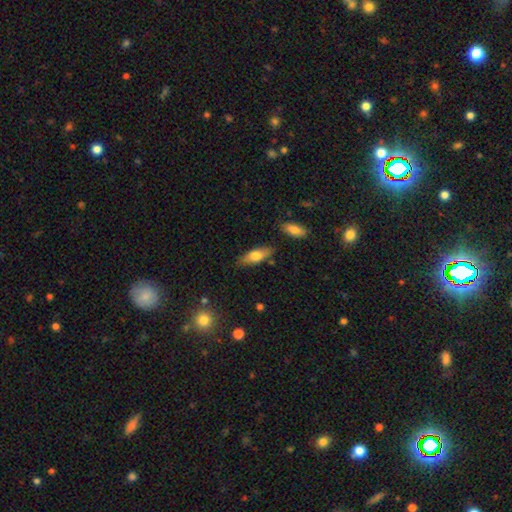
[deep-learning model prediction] Morphology: type=smooth (69%); roundness=in between (67%); merging=none (80%).